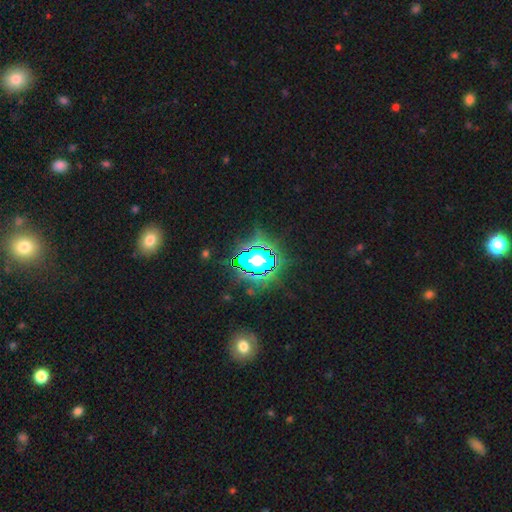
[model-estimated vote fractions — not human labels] Overall: star or artifact (73%).